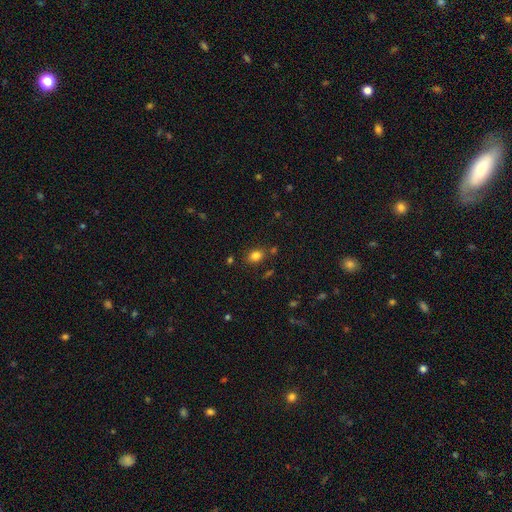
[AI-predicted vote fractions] Morphology: type=smooth (81%); roundness=in between (68%); merging=none (79%).